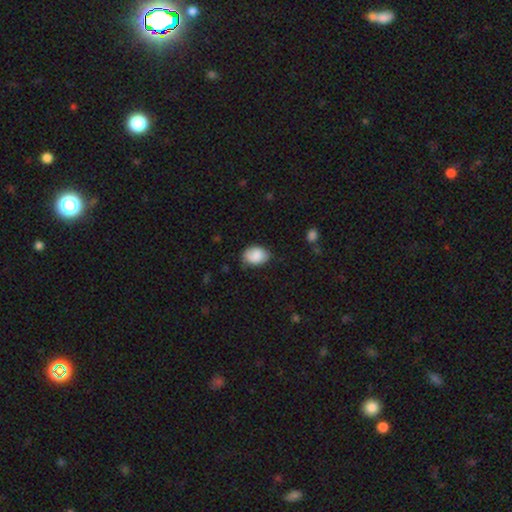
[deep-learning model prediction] Overall: smooth (85%). How rounded: in between (76%). Merging: none (70%).